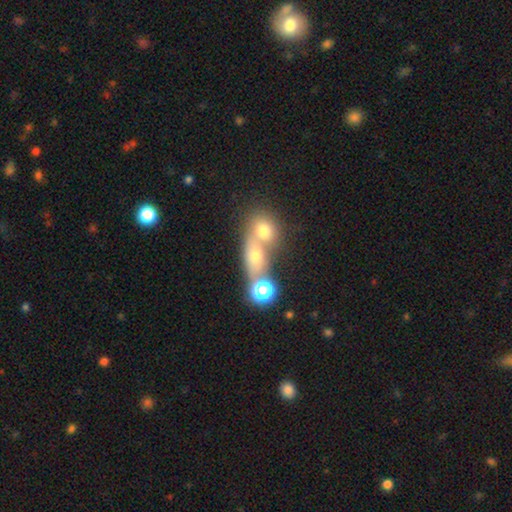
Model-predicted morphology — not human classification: smooth_or_featured: smooth (p=0.56) [alt: featured or disk p=0.25]
how_rounded: round (p=0.58) [alt: in between p=0.35]
merging: merger (p=0.63) [alt: none p=0.26]